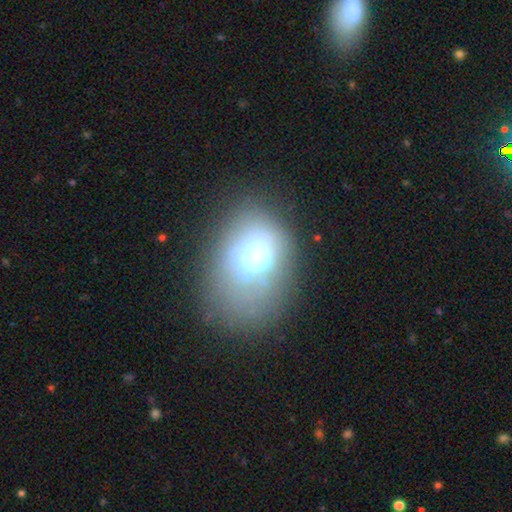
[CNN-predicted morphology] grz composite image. It shows a smooth galaxy with no disk features (51%) that is in between round and cigar-shaped (68%). Merging: none (47%).